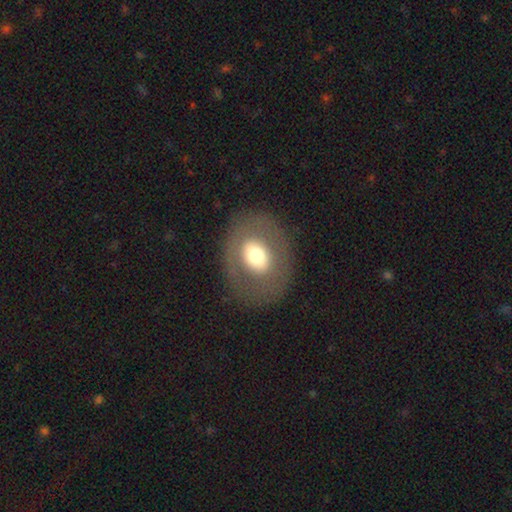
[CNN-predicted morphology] Overall: smooth (57%; featured or disk 35%). How rounded: in between (56%; round 43%). Merging: none (79%).